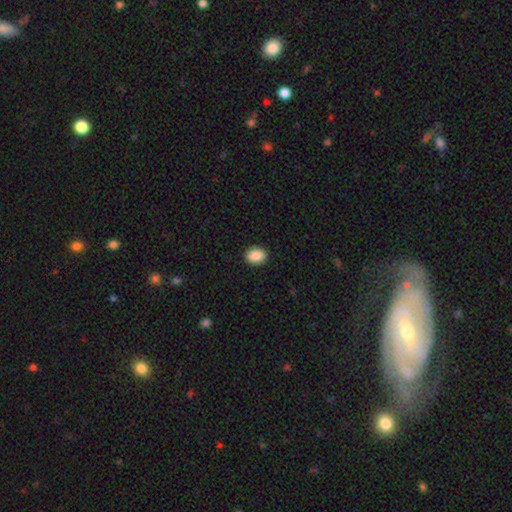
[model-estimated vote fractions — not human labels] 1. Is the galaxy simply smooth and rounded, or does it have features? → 89% smooth, 8% star or artifact, 4% featured or disk.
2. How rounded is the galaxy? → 61% in between, 38% round, 1% cigar-shaped.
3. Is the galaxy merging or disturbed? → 91% none, 6% minor disturbance, 2% major disturbance, 1% merger.